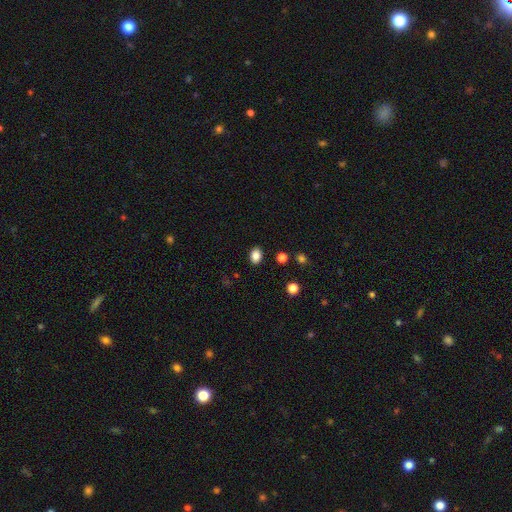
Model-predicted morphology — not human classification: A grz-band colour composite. It shows a smooth galaxy with no disk features (85%) that is in between round and cigar-shaped (70%). Merging: none (89%).